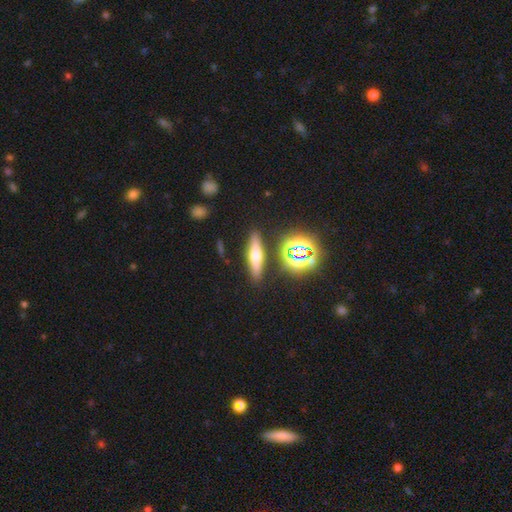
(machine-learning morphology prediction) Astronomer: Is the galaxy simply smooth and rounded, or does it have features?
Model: smooth — 43% (runner-up: featured or disk, 38%).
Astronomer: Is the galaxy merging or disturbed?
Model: none — 86%.